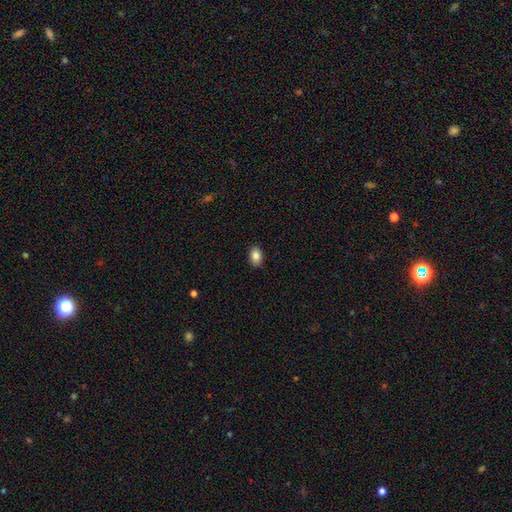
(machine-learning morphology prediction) Q: Smooth or featured?
A: smooth (86%); runner-up: star or artifact (8%)
Q: How rounded?
A: in between (83%); runner-up: round (16%)
Q: Merging?
A: none (89%); runner-up: minor disturbance (8%)